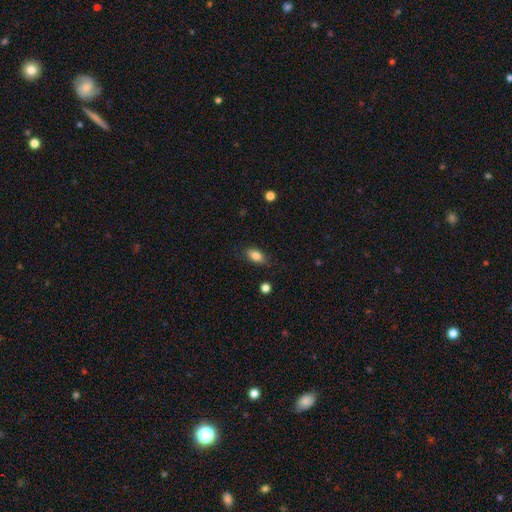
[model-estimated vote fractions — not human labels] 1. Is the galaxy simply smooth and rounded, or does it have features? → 83% smooth, 9% featured or disk, 8% star or artifact.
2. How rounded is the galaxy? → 87% in between, 7% round, 6% cigar-shaped.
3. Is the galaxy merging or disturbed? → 82% none, 13% minor disturbance, 3% major disturbance, 1% merger.